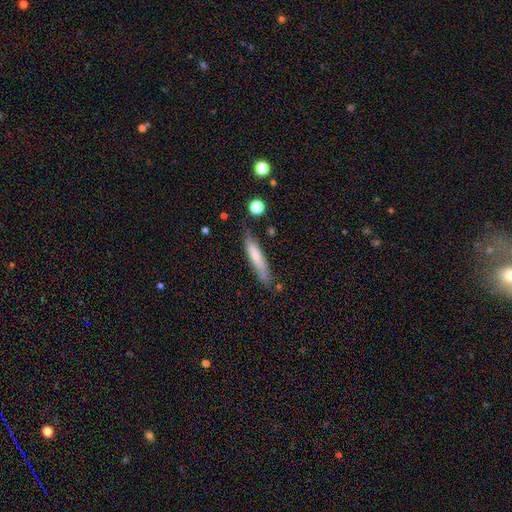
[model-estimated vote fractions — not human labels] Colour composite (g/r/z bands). It shows a smooth galaxy with no disk features (70%) that is cigar-shaped (86%). Merging: none (72%).